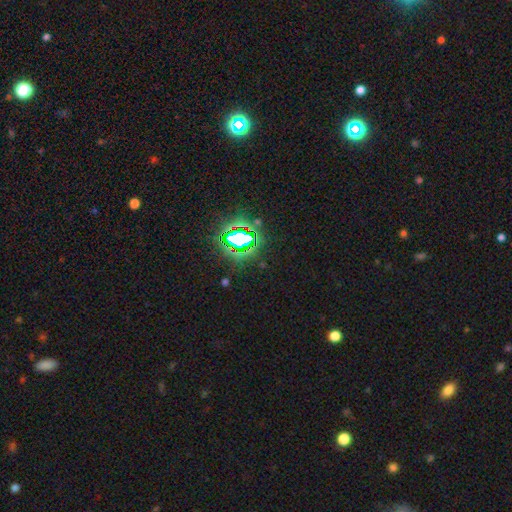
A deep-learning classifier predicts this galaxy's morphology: Smooth or featured? Predicted: star or artifact (p=0.82).